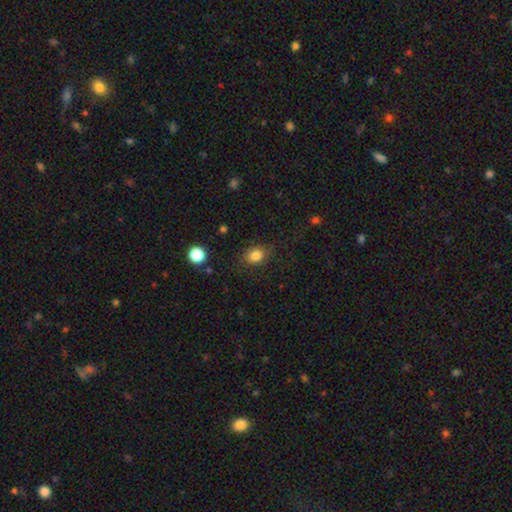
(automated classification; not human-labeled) The model was most divided on "how rounded": in between: 58%, round: 41%, cigar-shaped: 1%. More confident: smooth or featured — smooth (82%); merging — none (81%).